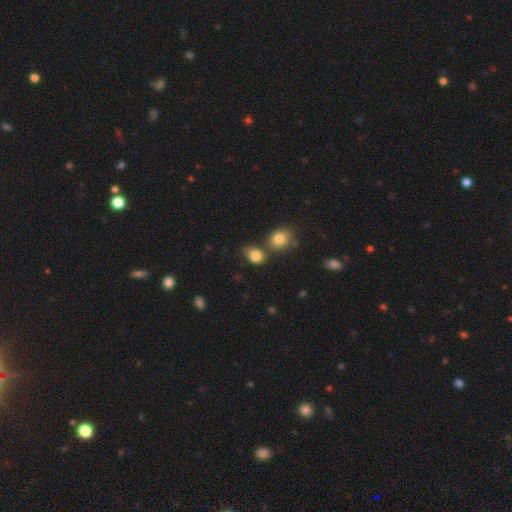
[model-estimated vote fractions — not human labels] The model was most divided on "merging": none: 48%, merger: 29%, minor disturbance: 17%, major disturbance: 6%. More confident: smooth or featured — smooth (83%); how rounded — in between (60%).